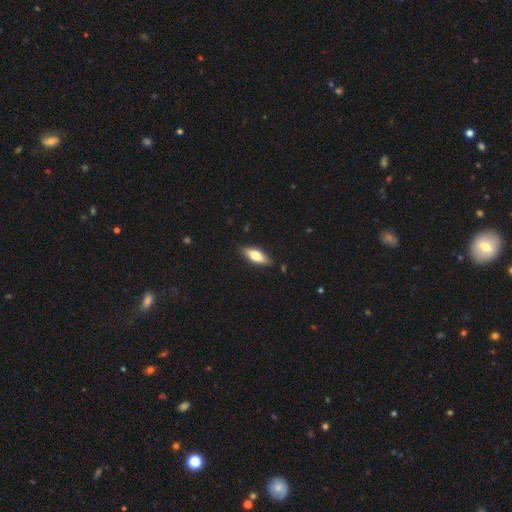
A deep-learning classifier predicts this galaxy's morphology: A smooth galaxy with no disk features (61%) that is in between round and cigar-shaped (64%).

Vote fractions:
- Smooth or featured? smooth: 61% / featured or disk: 33% / star or artifact: 6%
- How rounded? in between: 64% / cigar-shaped: 33% / round: 3%
- Merging? none: 86% / minor disturbance: 11% / major disturbance: 2% / merger: 1%